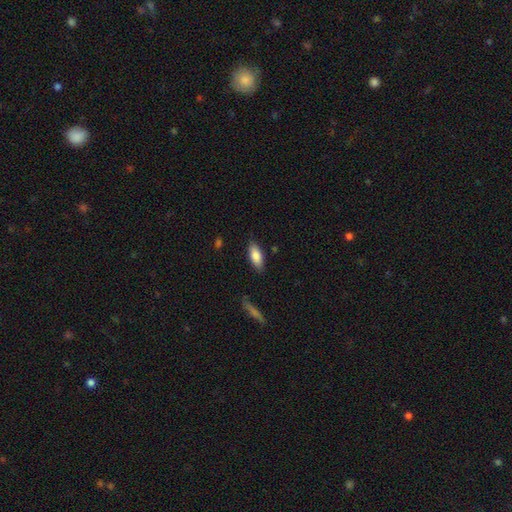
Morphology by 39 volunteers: A smooth galaxy with no disk features (90%) that is in between round and cigar-shaped (66%). Merging: none (97%).